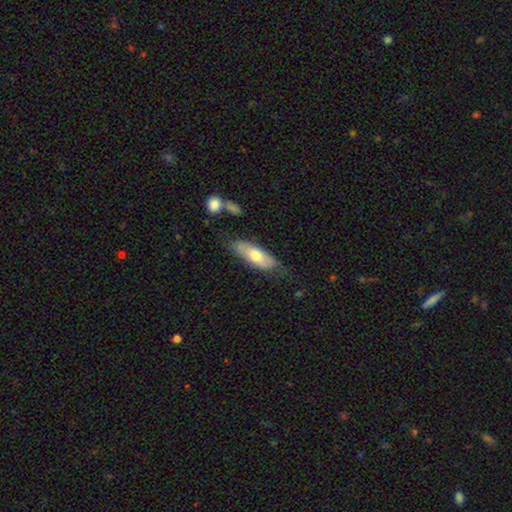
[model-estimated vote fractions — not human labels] smooth 60%, featured or disk 35%, star or artifact 6%. Down the decision tree: how rounded — in between (67%); merging — none (61%).